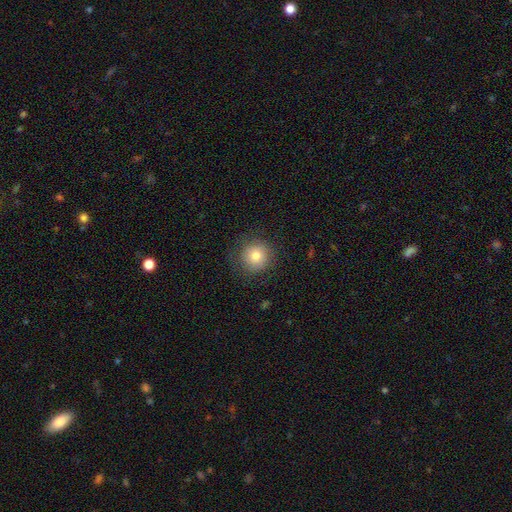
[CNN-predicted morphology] smooth-or-featured: smooth: 77% | featured or disk: 13% | star or artifact: 10%
  how-rounded: round: 93% | in between: 6% | cigar-shaped: 1%
  merging: none: 82% | minor disturbance: 12% | major disturbance: 5% | merger: 1%